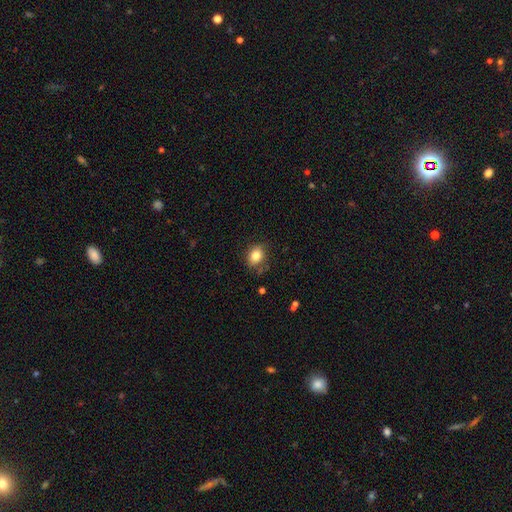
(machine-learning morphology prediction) Overall: smooth (83%). How rounded: in between (50%; round 49%). Merging: none (80%).